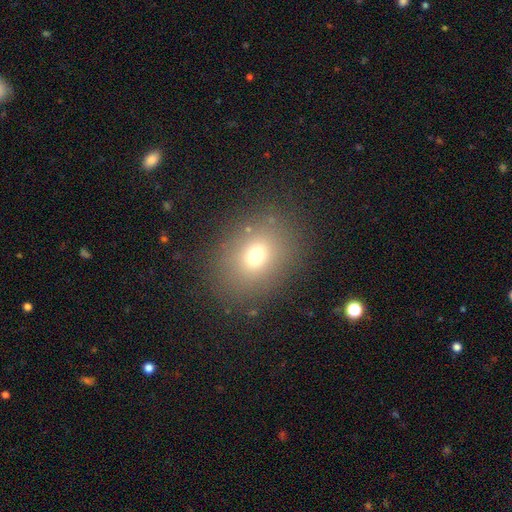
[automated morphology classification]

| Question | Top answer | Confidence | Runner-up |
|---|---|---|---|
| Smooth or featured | smooth | 69% | star or artifact (18%) |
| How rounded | in between | 49% | tied: round (49%) |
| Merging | none | 83% | minor disturbance (10%) |